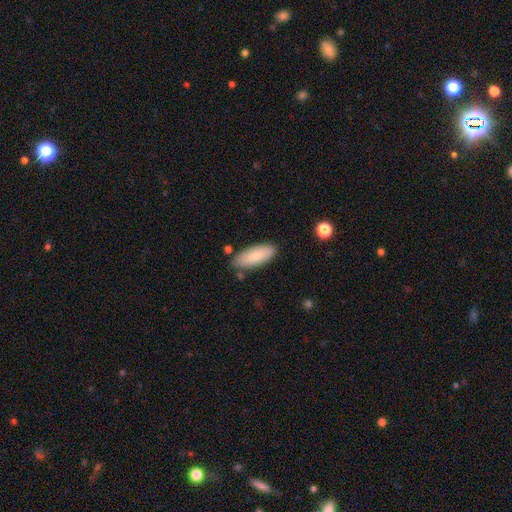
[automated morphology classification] type=smooth (80%); roundness=in between (81%); merging=none (81%).